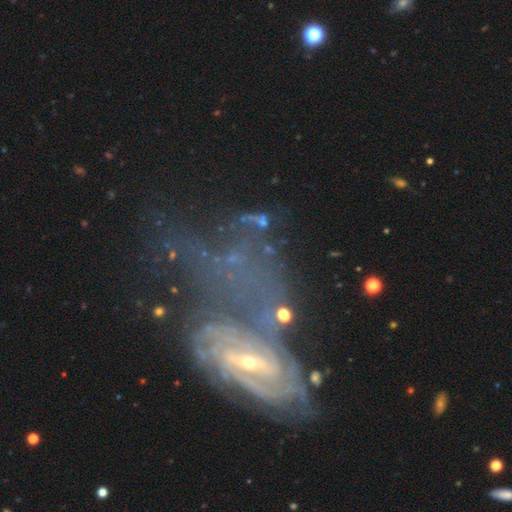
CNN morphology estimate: Smooth or featured? Predicted: featured or disk (p=0.74). Edge-on disk? Predicted: no (p=0.93). Bar? Predicted: weak (p=0.37, tied with no). Spiral arms? Predicted: yes (p=0.80). Spiral winding? Predicted: tight (p=0.49). Spiral arm count? Predicted: can't tell (p=0.41). Bulge size? Predicted: small (p=0.64). Merging? Predicted: major disturbance (p=0.36).